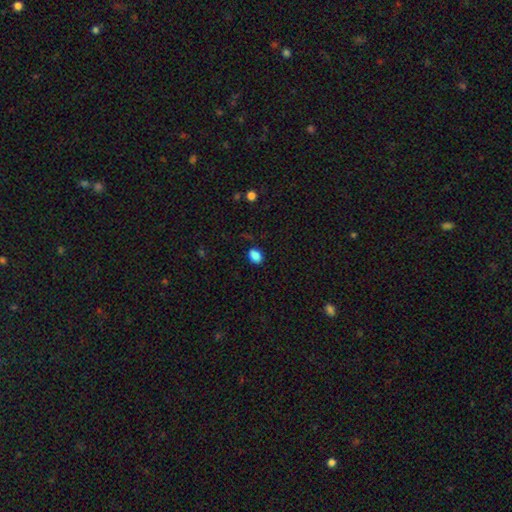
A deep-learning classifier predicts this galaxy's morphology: A smooth galaxy with no disk features (86%) that is in between round and cigar-shaped (76%). Merging: none (80%).